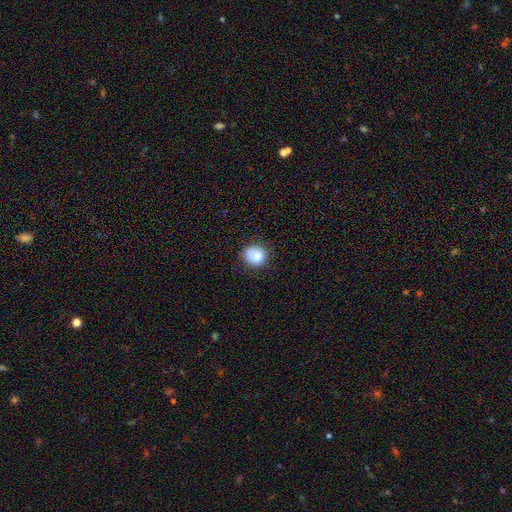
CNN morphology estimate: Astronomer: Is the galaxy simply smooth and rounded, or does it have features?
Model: smooth — 85%.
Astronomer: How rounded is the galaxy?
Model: round — 79%.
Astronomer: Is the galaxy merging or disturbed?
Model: none — 78%.